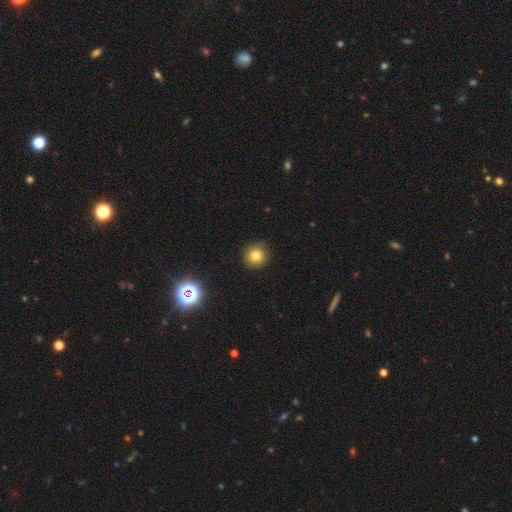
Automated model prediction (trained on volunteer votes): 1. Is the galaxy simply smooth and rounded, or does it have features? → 78% smooth, 14% star or artifact, 8% featured or disk.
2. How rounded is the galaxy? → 93% round, 6% in between, 1% cigar-shaped.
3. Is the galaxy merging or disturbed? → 91% none, 6% minor disturbance, 2% major disturbance, 1% merger.